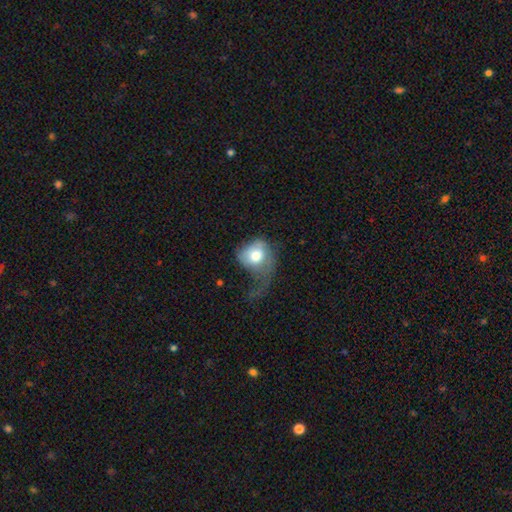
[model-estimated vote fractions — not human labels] smooth 67%, featured or disk 26%, star or artifact 7%. Down the decision tree: how rounded — round (63%); merging — major disturbance (59%).